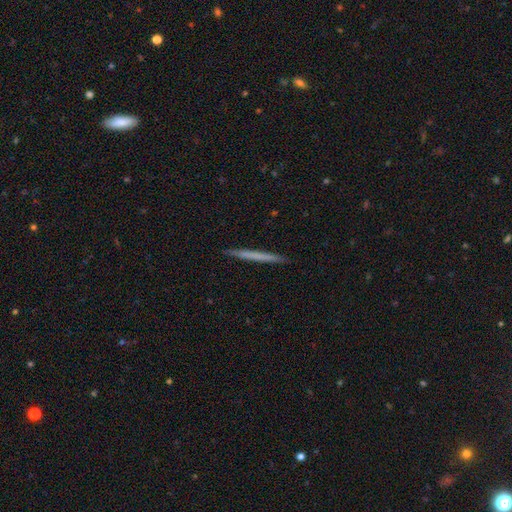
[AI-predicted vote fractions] This is possibly a smooth galaxy (57%). How rounded: clearly cigar-shaped (97%). Merging: clearly none (93%).